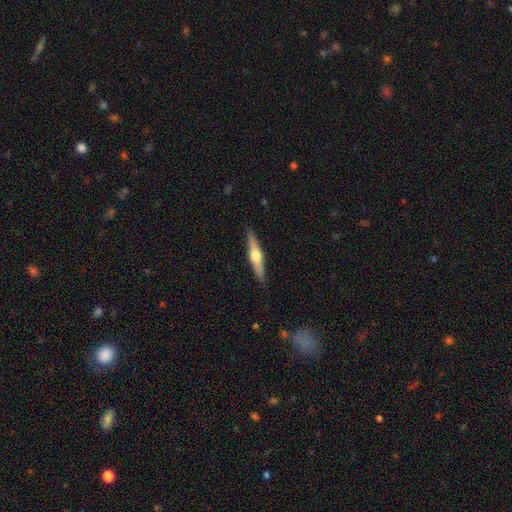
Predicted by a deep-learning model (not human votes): Smooth or featured? featured or disk (57%)
Edge-on disk? yes (96%)
Edge-on bulge? rounded (92%)
Merging? none (89%)